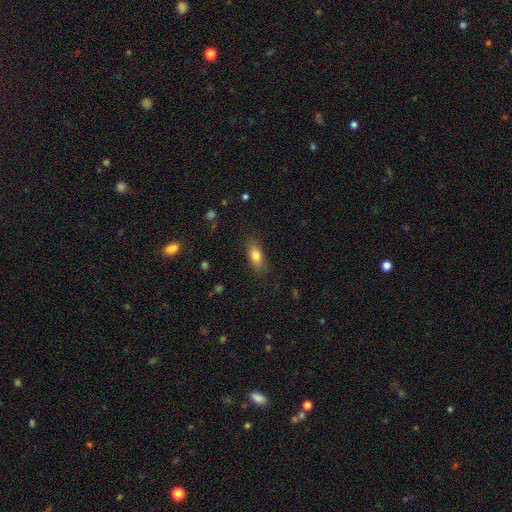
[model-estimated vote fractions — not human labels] Smooth or featured? Predicted: smooth (p=0.80). How rounded? Predicted: in between (p=0.81). Merging? Predicted: none (p=0.84).